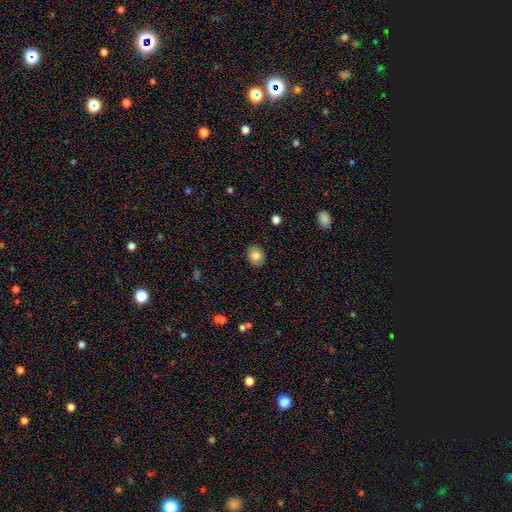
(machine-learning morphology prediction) Overall: smooth (80%). How rounded: in between (53%; round 47%). Merging: none (88%).